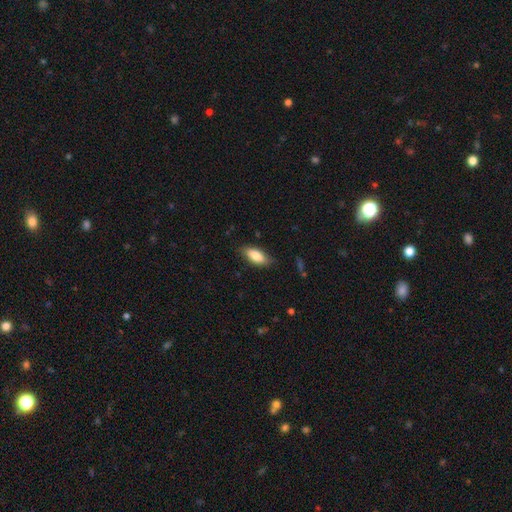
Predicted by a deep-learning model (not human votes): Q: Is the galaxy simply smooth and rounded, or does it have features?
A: smooth — 82%.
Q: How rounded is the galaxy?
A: in between — 86%.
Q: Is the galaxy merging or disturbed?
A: none — 77%.